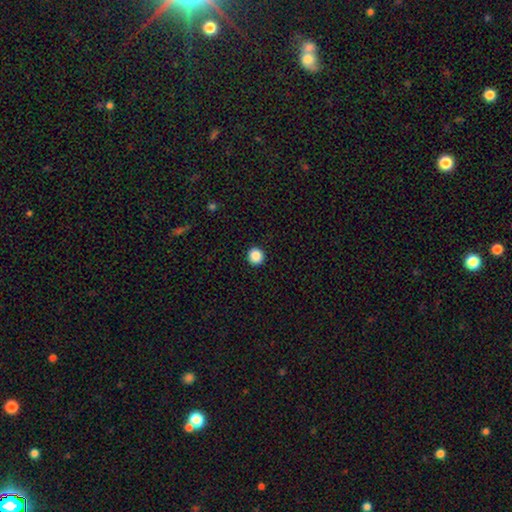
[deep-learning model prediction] Smooth or featured?
  - smooth: 88% *
  - star or artifact: 10%
  - featured or disk: 3%
How rounded?
  - round: 94% *
  - in between: 5%
  - cigar-shaped: 1%
Merging?
  - none: 93% *
  - minor disturbance: 4%
  - major disturbance: 1%
  - merger: 1%